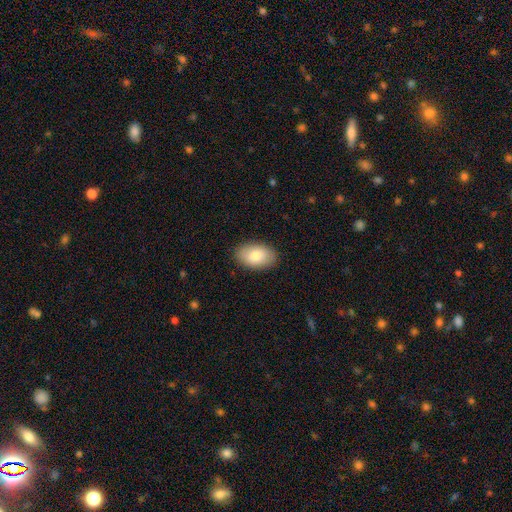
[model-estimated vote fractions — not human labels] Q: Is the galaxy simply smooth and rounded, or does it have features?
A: smooth — 82%.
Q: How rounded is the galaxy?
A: in between — 92%.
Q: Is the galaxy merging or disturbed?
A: none — 88%.